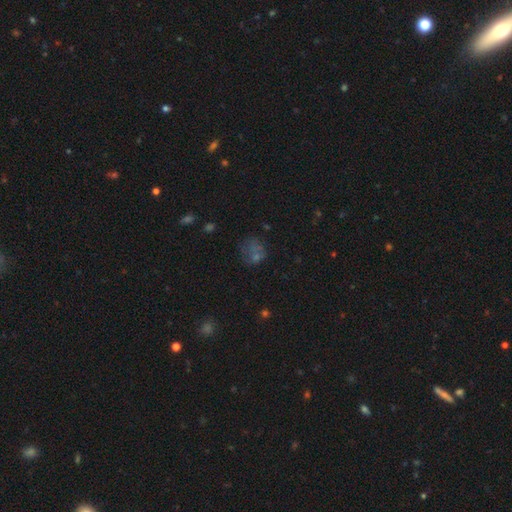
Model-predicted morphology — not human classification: smooth 48%, star or artifact 31%, featured or disk 20%. Down the decision tree: merging — none (49%).